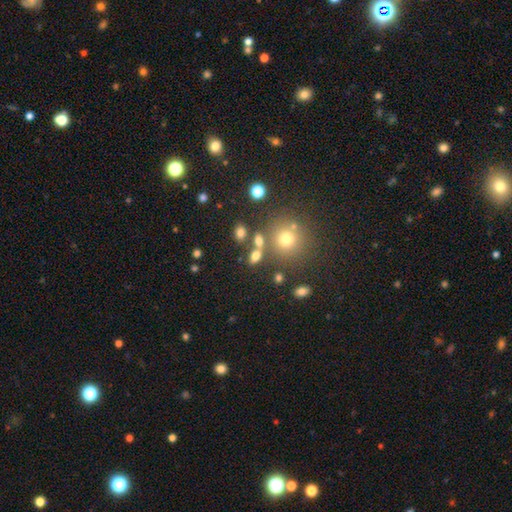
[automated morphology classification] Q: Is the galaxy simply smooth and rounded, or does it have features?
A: smooth — 68%.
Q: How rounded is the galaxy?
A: in between — 71%.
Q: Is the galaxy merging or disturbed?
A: none — 57%.